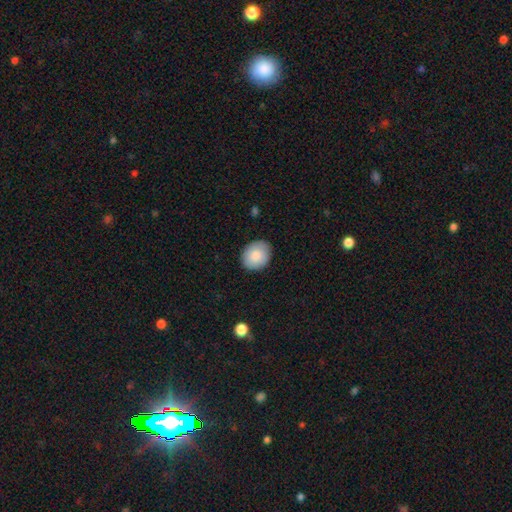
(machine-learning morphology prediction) smooth 84%, featured or disk 9%, star or artifact 7%. Down the decision tree: how rounded — round (51%); merging — none (86%).